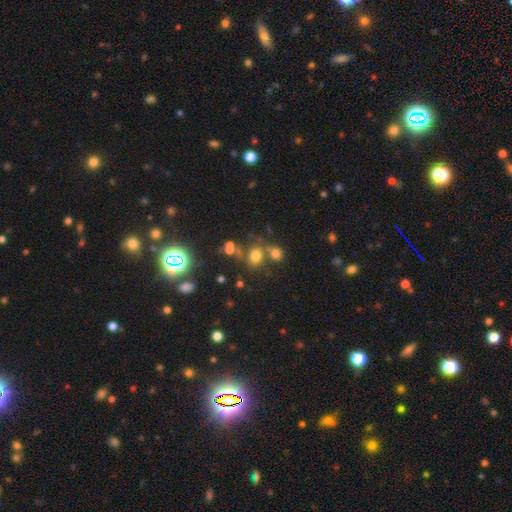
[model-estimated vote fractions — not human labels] Overall: smooth (67%). How rounded: round (64%; in between 34%). Merging: none (55%; merger 28%).